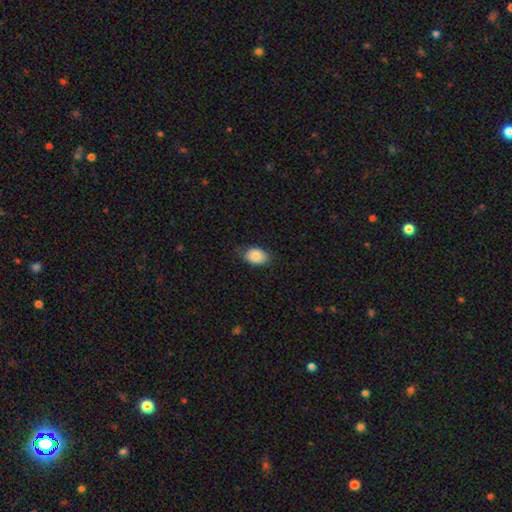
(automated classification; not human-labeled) Q: Smooth or featured?
A: smooth (87%); runner-up: star or artifact (7%)
Q: How rounded?
A: in between (77%); runner-up: round (22%)
Q: Merging?
A: none (77%); runner-up: minor disturbance (18%)